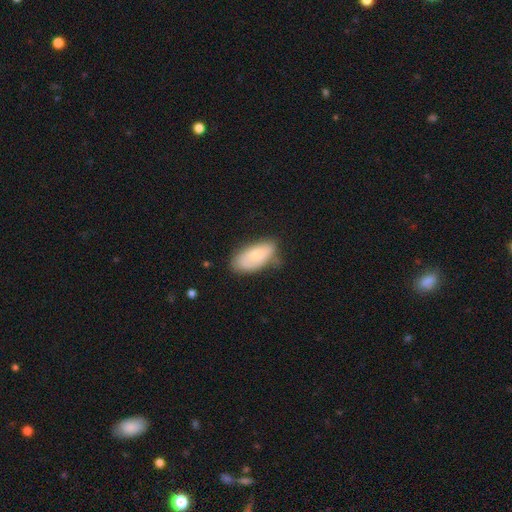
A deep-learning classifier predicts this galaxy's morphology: A smooth galaxy with no disk features (72%) that is in between round and cigar-shaped (91%). Merging: none (61%).